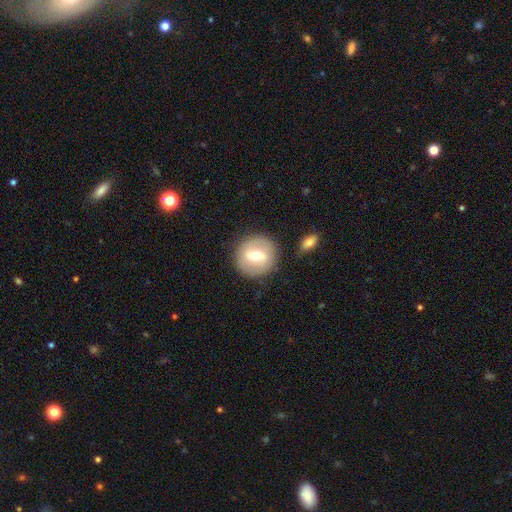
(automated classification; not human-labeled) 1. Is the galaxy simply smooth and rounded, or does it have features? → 51% smooth, 42% featured or disk, 7% star or artifact.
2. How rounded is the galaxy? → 90% round, 9% in between, 1% cigar-shaped.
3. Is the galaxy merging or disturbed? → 85% none, 9% minor disturbance, 3% major disturbance, 3% merger.